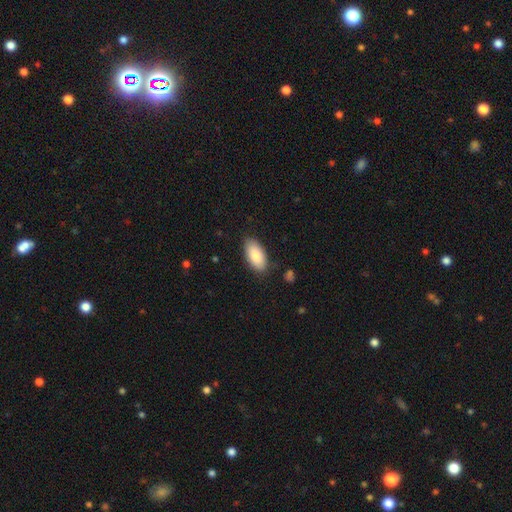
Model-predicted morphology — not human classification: This appears to be a smooth galaxy with no disk features (86%) that is in between round and cigar-shaped (94%). Merging: none (83%).